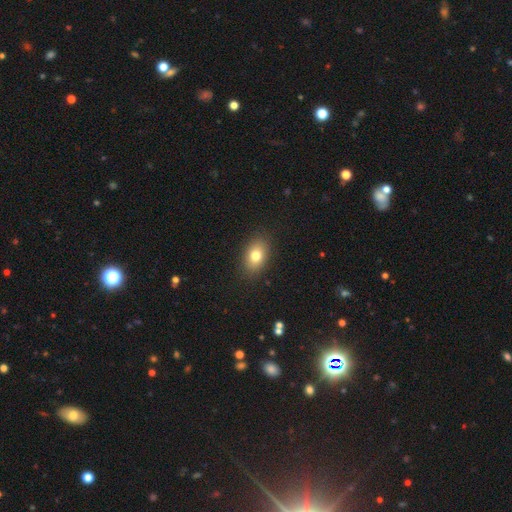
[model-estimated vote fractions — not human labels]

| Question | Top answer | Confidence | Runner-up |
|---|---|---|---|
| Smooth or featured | smooth | 78% | featured or disk (12%) |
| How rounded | in between | 82% | round (17%) |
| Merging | none | 88% | minor disturbance (8%) |